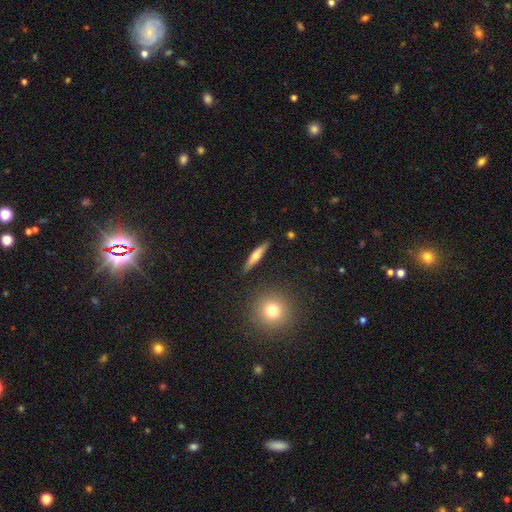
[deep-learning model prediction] Overall: smooth (48%; featured or disk 45%). Merging: none (89%).